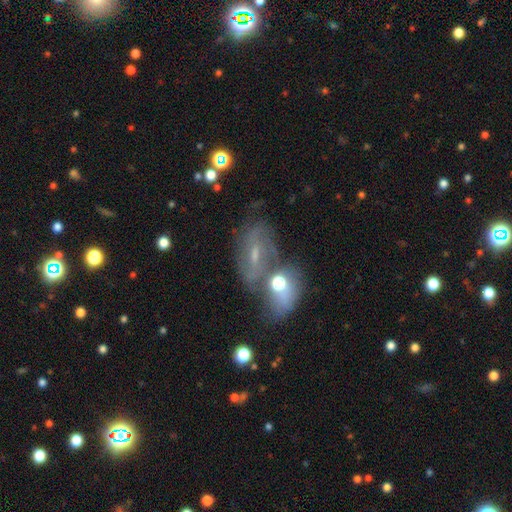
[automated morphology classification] Smooth or featured: featured or disk — 61% (smooth — 24%)
Edge-on disk: no — 89% (yes — 11%)
Bar: weak — 45% (no — 35%)
Spiral arms: yes — 75% (no — 25%)
Bulge size: small — 62% (moderate — 30%)
Merging: none — 43% (merger — 34%)